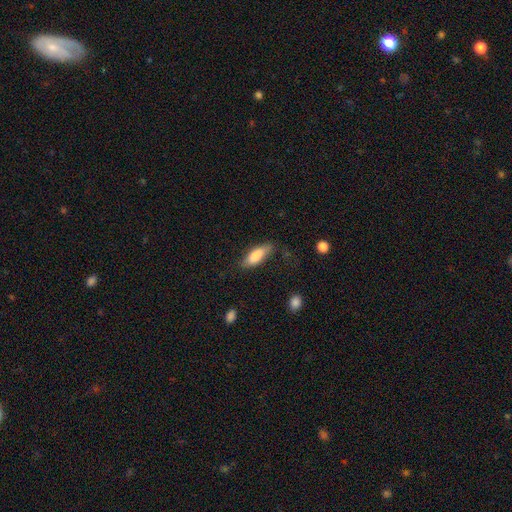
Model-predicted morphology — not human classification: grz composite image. It shows a smooth galaxy with no disk features (80%) that is in between round and cigar-shaped (67%). Merging: none (70%).